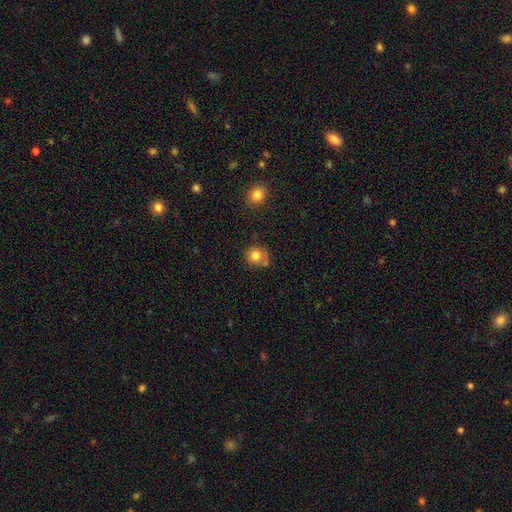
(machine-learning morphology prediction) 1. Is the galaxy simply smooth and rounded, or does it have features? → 79% smooth, 10% featured or disk, 10% star or artifact.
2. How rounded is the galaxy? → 85% round, 15% in between, 1% cigar-shaped.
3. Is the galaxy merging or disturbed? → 64% none, 20% minor disturbance, 9% merger, 7% major disturbance.